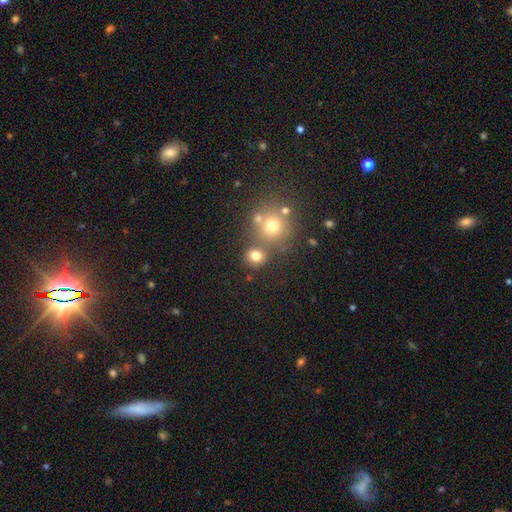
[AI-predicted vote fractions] Morphology: type=smooth (76%); roundness=round (86%); merging=none (67%).